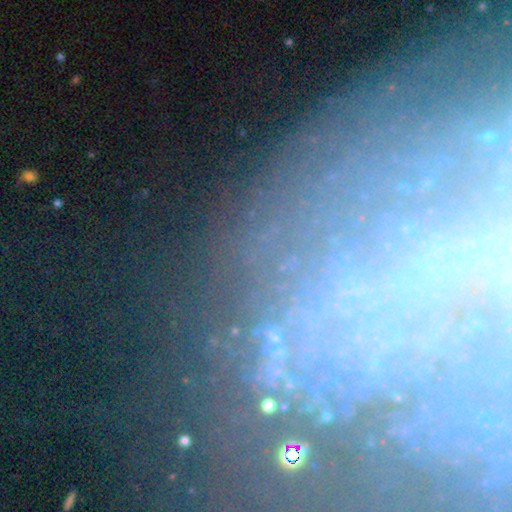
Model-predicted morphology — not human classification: Smooth or featured?
  - star or artifact: 42% *
  - featured or disk: 39%
  - smooth: 19%